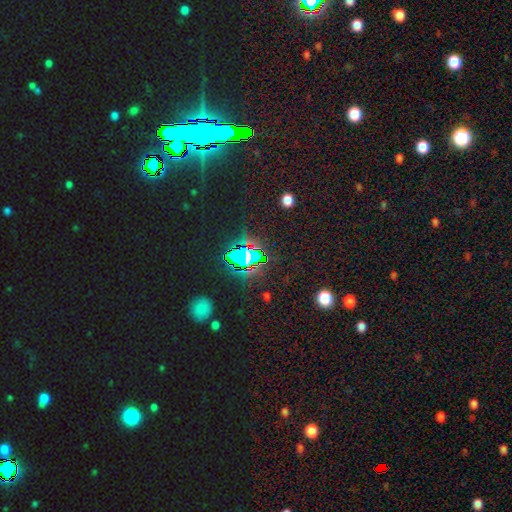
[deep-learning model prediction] star or artifact 83%, smooth 9%, featured or disk 8%.